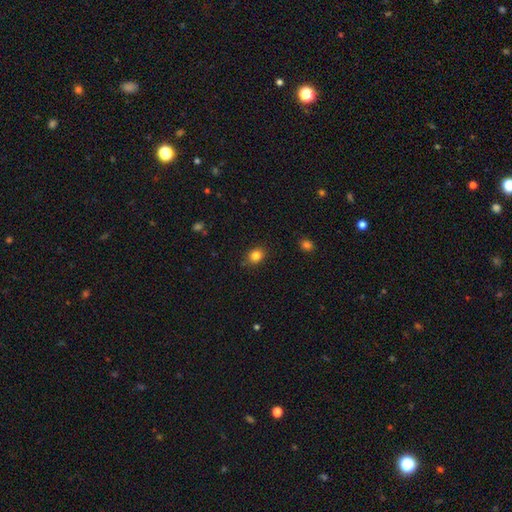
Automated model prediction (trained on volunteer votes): Smooth or featured? smooth (83%)
How rounded? round (61%)
Merging? none (83%)